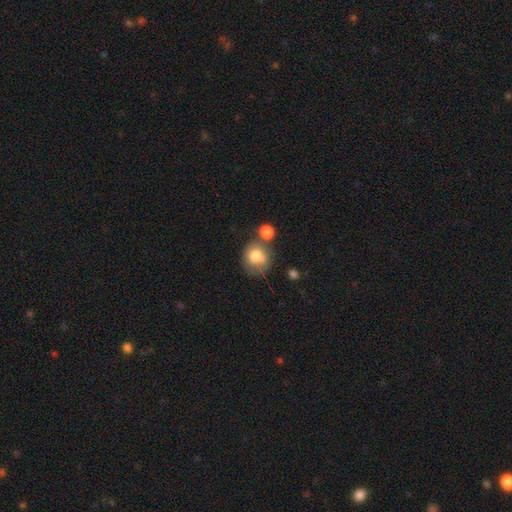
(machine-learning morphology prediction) Smooth or featured? smooth (74%)
How rounded? round (77%)
Merging? none (44%)